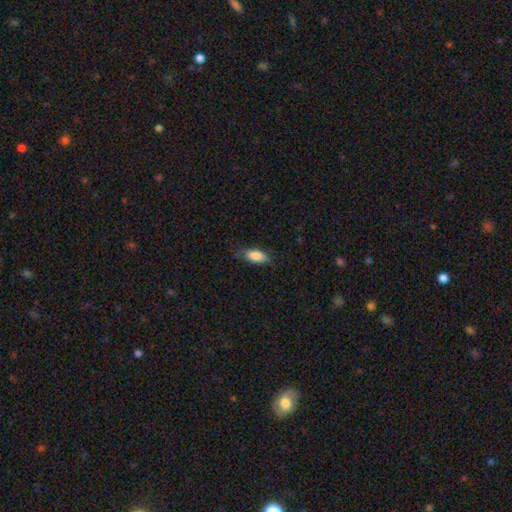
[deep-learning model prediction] smooth-or-featured: smooth: 85% | featured or disk: 8% | star or artifact: 7%
  how-rounded: in between: 86% | cigar-shaped: 12% | round: 3%
  merging: none: 71% | minor disturbance: 23% | major disturbance: 5% | merger: 1%